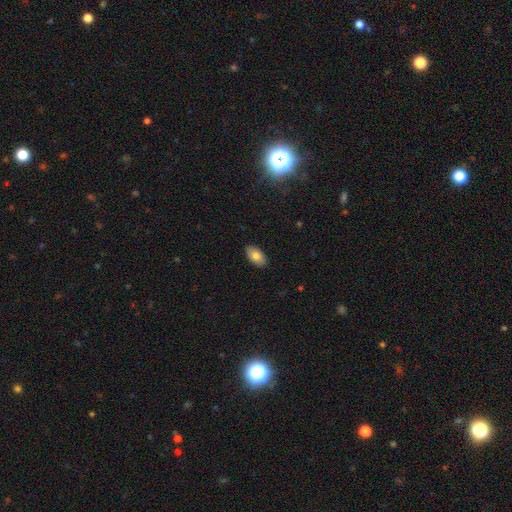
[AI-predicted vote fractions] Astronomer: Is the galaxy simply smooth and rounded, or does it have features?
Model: smooth — 80%.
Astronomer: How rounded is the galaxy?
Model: in between — 94%.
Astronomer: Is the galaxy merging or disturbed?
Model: none — 88%.